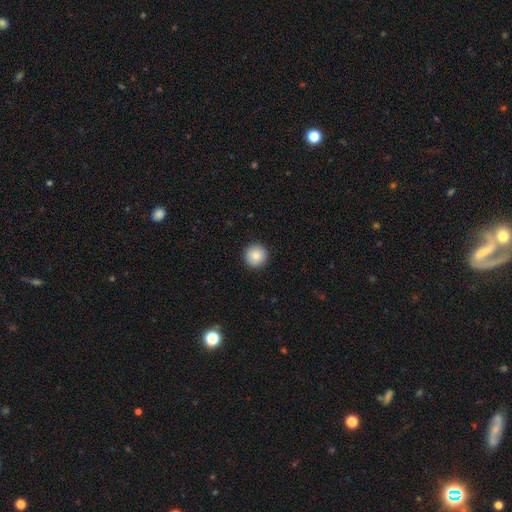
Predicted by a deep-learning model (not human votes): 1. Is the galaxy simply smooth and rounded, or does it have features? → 86% smooth, 8% star or artifact, 6% featured or disk.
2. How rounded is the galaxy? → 96% round, 3% in between, 1% cigar-shaped.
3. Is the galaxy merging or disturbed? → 93% none, 5% minor disturbance, 1% major disturbance, 1% merger.